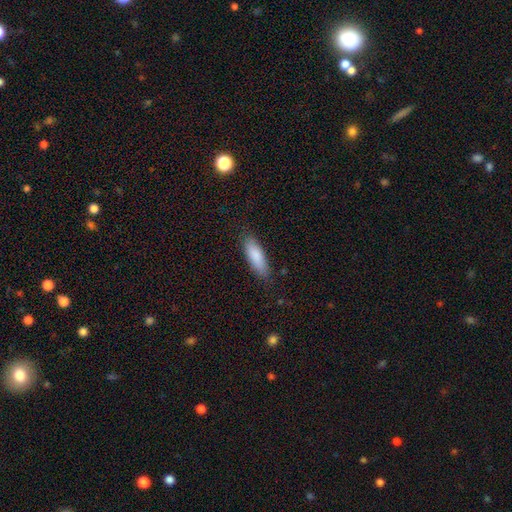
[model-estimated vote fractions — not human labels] A smooth galaxy with no disk features (86%) that is in between round and cigar-shaped (55%). Merging: none (84%).